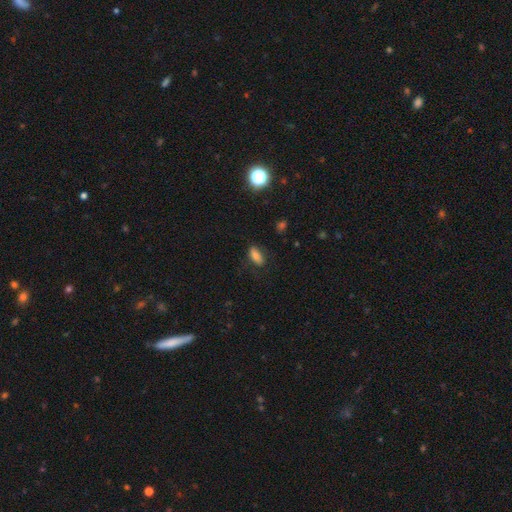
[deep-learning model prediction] The model was most divided on "merging": none: 77%, minor disturbance: 17%, major disturbance: 5%, merger: 1%. More confident: how rounded — in between (84%); smooth or featured — smooth (80%).